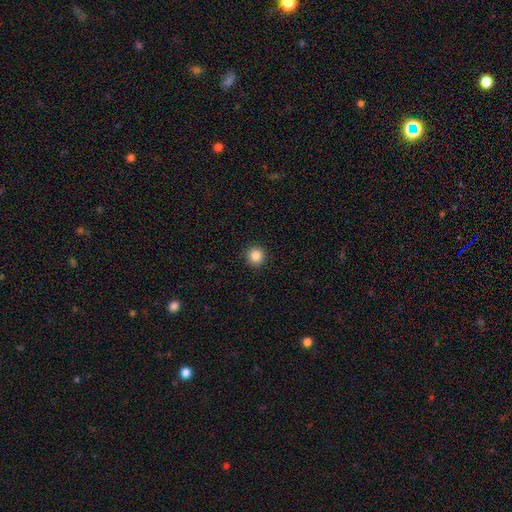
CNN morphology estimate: Smooth or featured?
  - smooth: 86% *
  - star or artifact: 11%
  - featured or disk: 4%
How rounded?
  - round: 95% *
  - in between: 4%
  - cigar-shaped: 1%
Merging?
  - none: 92% *
  - minor disturbance: 5%
  - major disturbance: 2%
  - merger: 1%